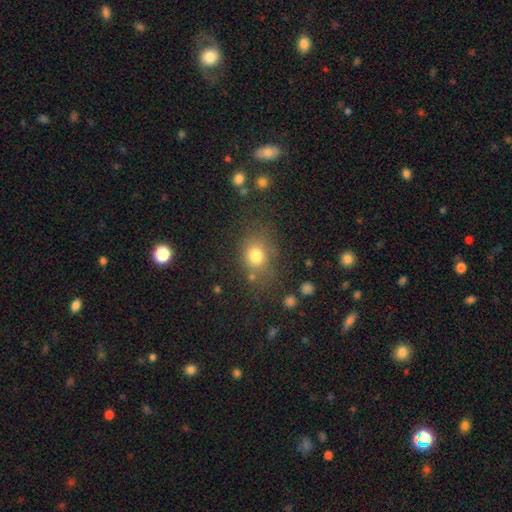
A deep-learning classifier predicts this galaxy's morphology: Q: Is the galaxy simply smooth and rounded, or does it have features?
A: smooth — 78%.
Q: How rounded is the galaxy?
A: round — 59%.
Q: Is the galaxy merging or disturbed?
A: none — 67%.